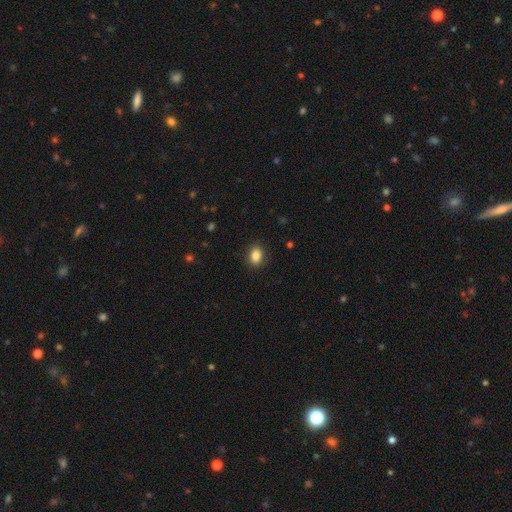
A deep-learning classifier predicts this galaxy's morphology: Smooth or featured? Predicted: smooth (p=0.87). How rounded? Predicted: in between (p=0.71). Merging? Predicted: none (p=0.88).